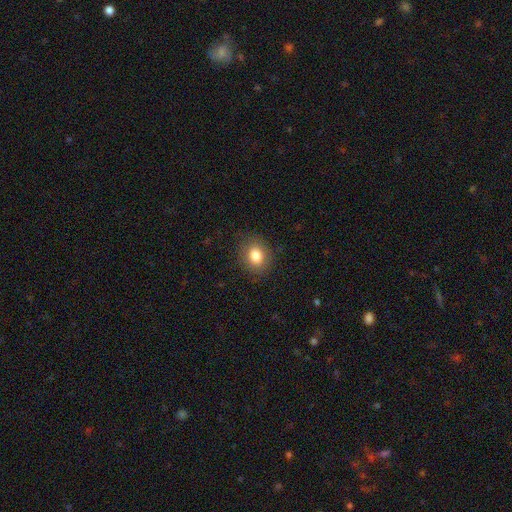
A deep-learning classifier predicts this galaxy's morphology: smooth 83%, star or artifact 9%, featured or disk 8%. Down the decision tree: how rounded — in between (53%); merging — none (85%).